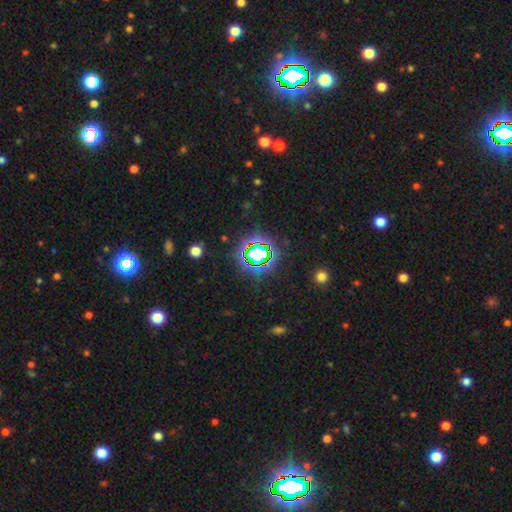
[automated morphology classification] The model was most divided on "smooth or featured": star or artifact: 73%, smooth: 17%, featured or disk: 11%.